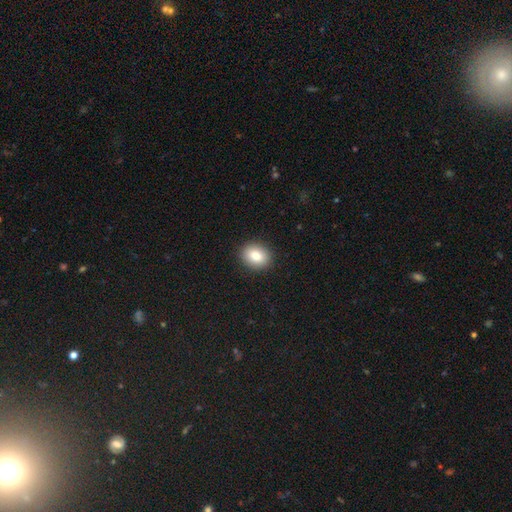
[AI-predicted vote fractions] Morphology: type=smooth (84%); roundness=in between (51%); merging=none (90%).